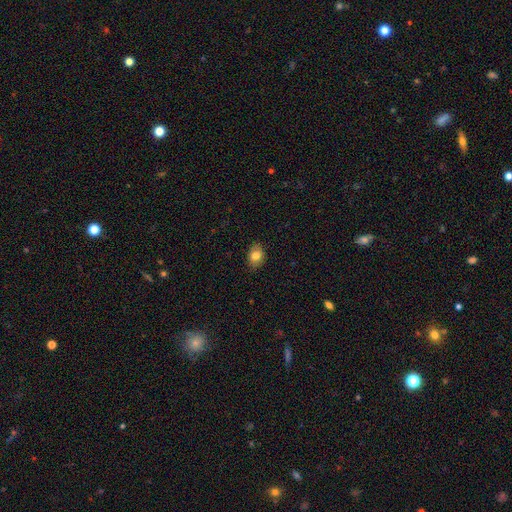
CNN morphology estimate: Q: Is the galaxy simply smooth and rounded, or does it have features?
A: smooth — 81%.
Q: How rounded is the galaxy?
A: in between — 75%.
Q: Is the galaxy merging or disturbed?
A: none — 85%.